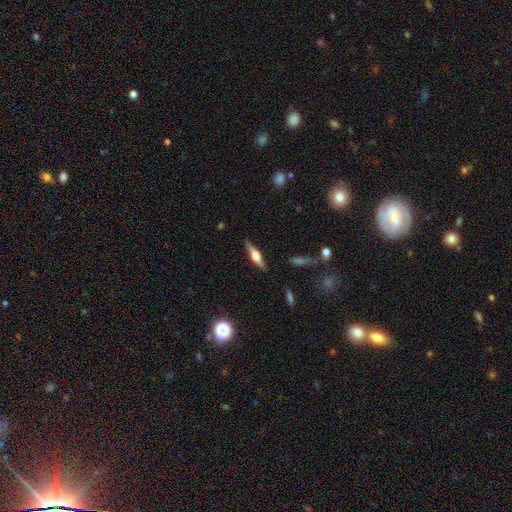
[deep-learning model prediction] smooth_or_featured: featured or disk (p=0.62) [alt: smooth p=0.31]
disk_edge_on: yes (p=0.95) [alt: no p=0.05]
edge_on_bulge: rounded (p=0.86) [alt: boxy p=0.12]
merging: none (p=0.85) [alt: minor disturbance p=0.11]